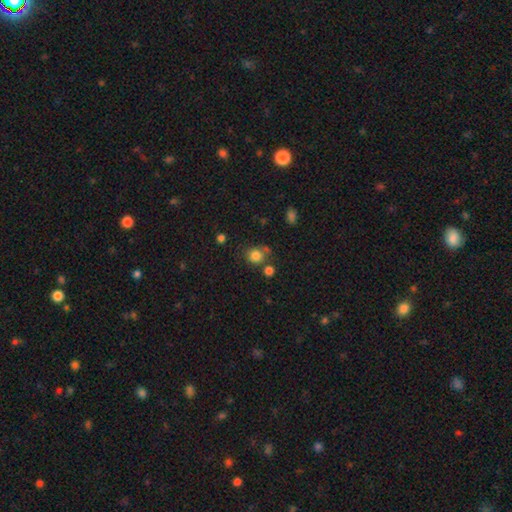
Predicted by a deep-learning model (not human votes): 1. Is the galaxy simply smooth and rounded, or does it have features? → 81% smooth, 12% star or artifact, 6% featured or disk.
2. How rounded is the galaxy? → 83% round, 16% in between, 1% cigar-shaped.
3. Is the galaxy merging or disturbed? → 61% none, 16% merger, 16% minor disturbance, 7% major disturbance.